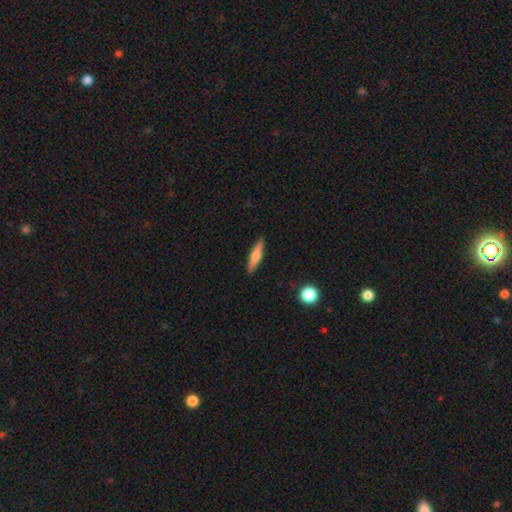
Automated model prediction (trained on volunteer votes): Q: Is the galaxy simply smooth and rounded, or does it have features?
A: smooth — 64%.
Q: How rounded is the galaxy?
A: cigar-shaped — 85%.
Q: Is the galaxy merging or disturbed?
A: none — 90%.